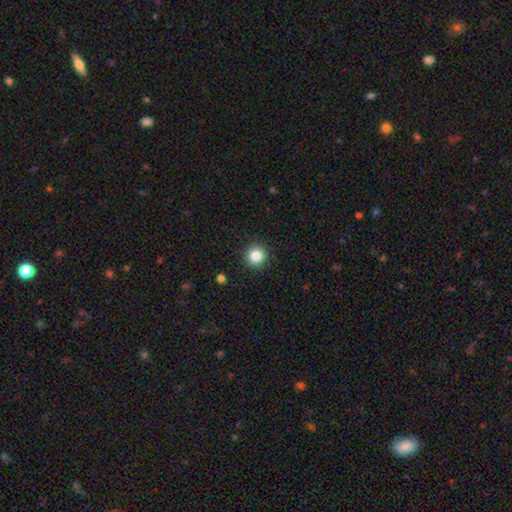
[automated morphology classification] Q: Smooth or featured?
A: smooth (85%); runner-up: star or artifact (10%)
Q: How rounded?
A: round (94%); runner-up: in between (5%)
Q: Merging?
A: none (92%); runner-up: minor disturbance (5%)